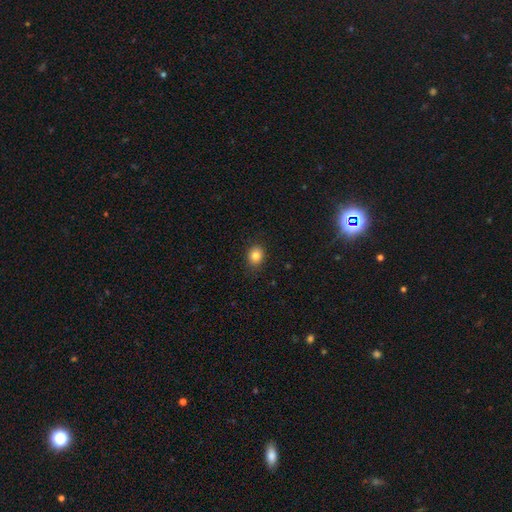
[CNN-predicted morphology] This is clearly a smooth galaxy (82%). How rounded: possibly round (55%). Merging: clearly none (87%).